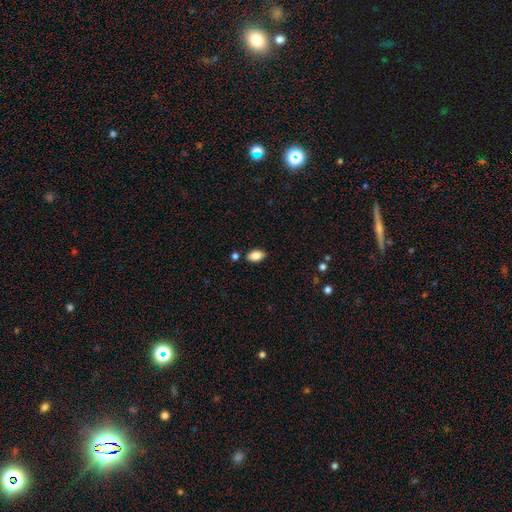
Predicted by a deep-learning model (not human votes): smooth 87%, star or artifact 8%, featured or disk 5%. Down the decision tree: how rounded — in between (92%); merging — none (84%).